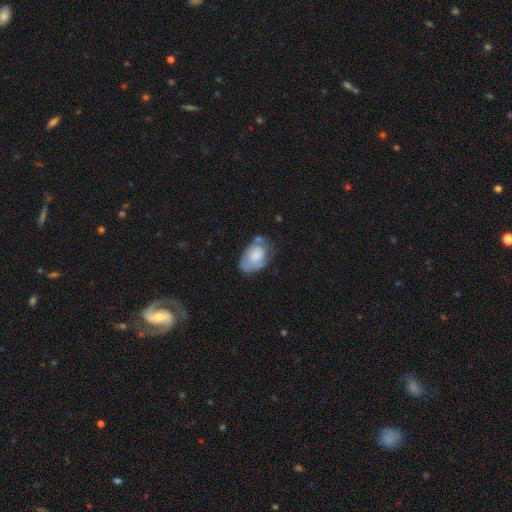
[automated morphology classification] smooth_or_featured: smooth (p=0.59) [alt: featured or disk p=0.35]
how_rounded: in between (p=0.88) [alt: round p=0.11]
merging: none (p=0.43) [alt: minor disturbance p=0.32]